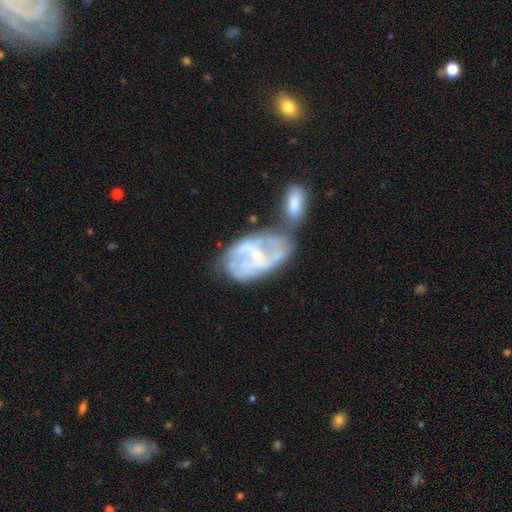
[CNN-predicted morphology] smooth_or_featured: featured or disk (p=0.80) [alt: smooth p=0.13]
disk_edge_on: no (p=0.96) [alt: yes p=0.04]
bar: no (p=0.50) [alt: weak p=0.36]
has_spiral_arms: yes (p=0.77) [alt: no p=0.23]
spiral_winding: medium (p=0.42) [alt: tight p=0.29]
spiral_arm_count: 2 (p=0.47) [alt: can't tell p=0.32]
bulge_size: small (p=0.71) [alt: moderate p=0.22]
merging: merger (p=0.37) [alt: none p=0.31]